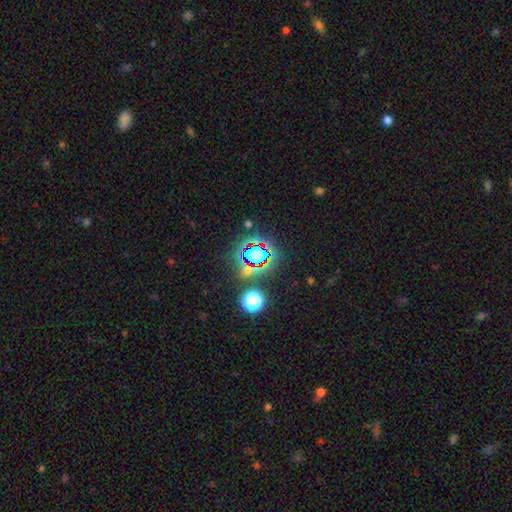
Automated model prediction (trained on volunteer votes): Smooth or featured? Predicted: star or artifact (p=0.63).